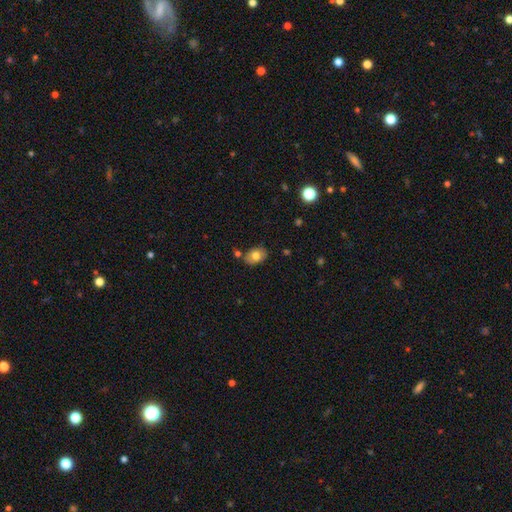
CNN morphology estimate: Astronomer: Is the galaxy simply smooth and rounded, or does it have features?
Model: smooth — 75%.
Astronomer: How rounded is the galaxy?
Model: in between — 76%.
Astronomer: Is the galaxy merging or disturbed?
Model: none — 75%.